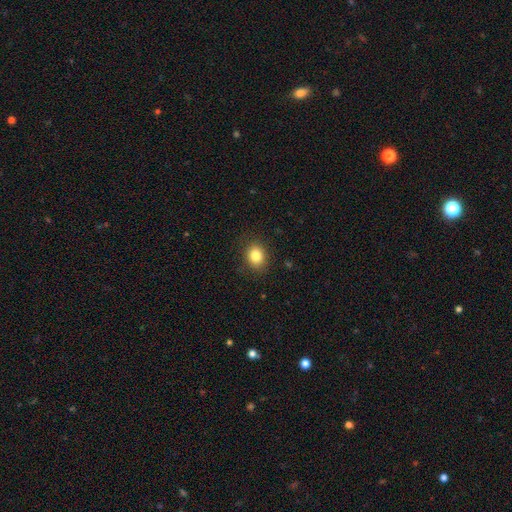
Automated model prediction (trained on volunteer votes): Overall: smooth (84%). How rounded: round (56%; in between 43%). Merging: none (87%).